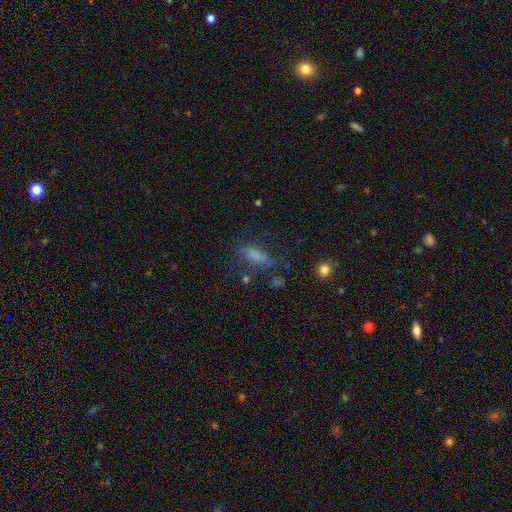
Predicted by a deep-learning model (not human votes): Smooth or featured? smooth (66%)
How rounded? in between (69%)
Merging? none (54%)